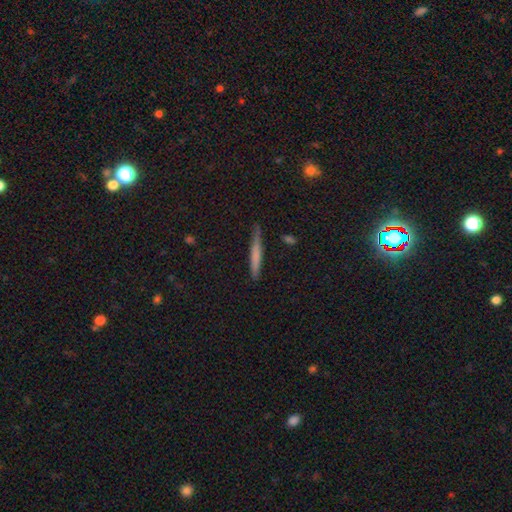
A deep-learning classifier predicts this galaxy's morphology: smooth_or_featured: smooth (p=0.65) [alt: featured or disk p=0.28]
how_rounded: cigar-shaped (p=0.95) [alt: in between p=0.03]
merging: none (p=0.81) [alt: minor disturbance p=0.14]